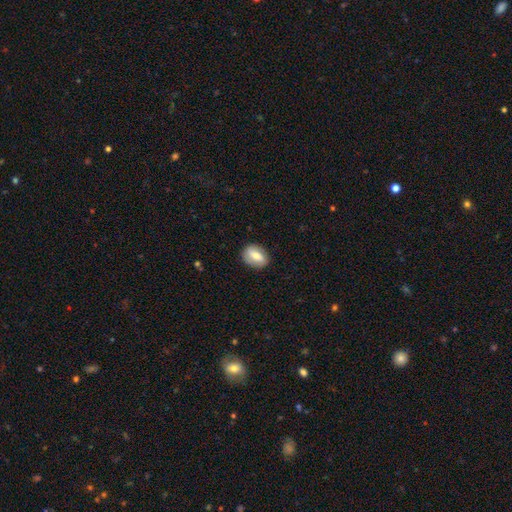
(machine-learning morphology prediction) Smooth or featured?
  - smooth: 67% *
  - featured or disk: 26%
  - star or artifact: 7%
How rounded?
  - in between: 74% *
  - round: 24%
  - cigar-shaped: 3%
Merging?
  - none: 85% *
  - minor disturbance: 11%
  - major disturbance: 3%
  - merger: 1%